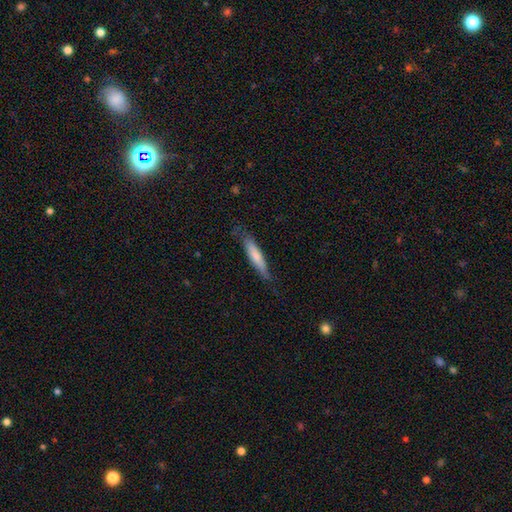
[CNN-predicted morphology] Smooth or featured: smooth — 69% (featured or disk — 26%)
How rounded: cigar-shaped — 86% (in between — 13%)
Merging: none — 76% (minor disturbance — 19%)